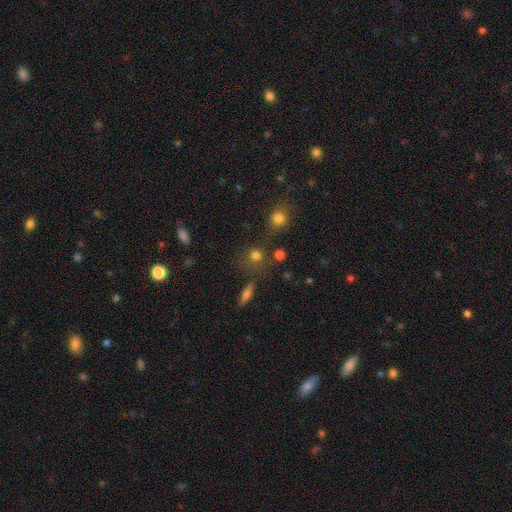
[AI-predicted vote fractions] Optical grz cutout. It shows a smooth galaxy with no disk features (76%) that is round (87%). Merging: none (67%).